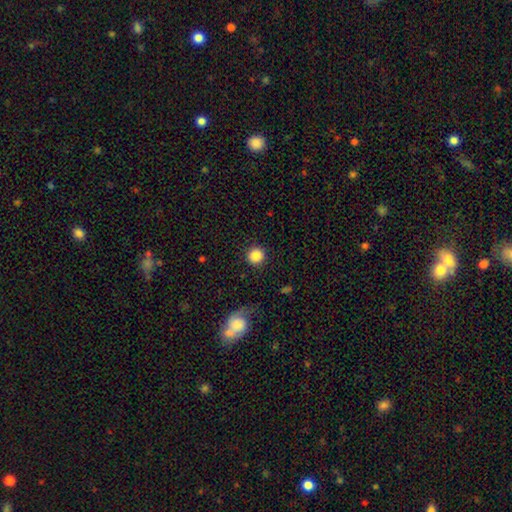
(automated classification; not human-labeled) Q: Smooth or featured?
A: smooth (86%); runner-up: star or artifact (9%)
Q: How rounded?
A: round (93%); runner-up: in between (6%)
Q: Merging?
A: none (89%); runner-up: minor disturbance (6%)